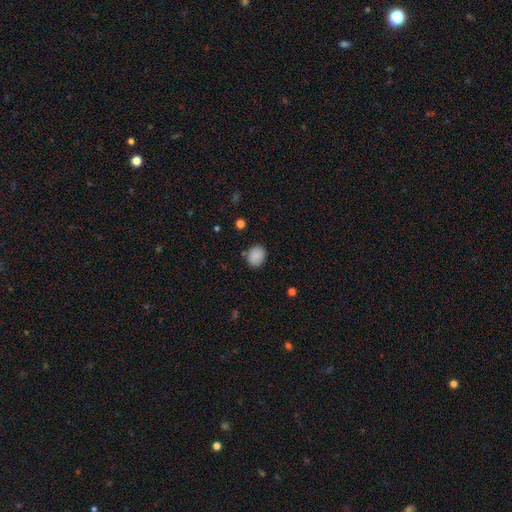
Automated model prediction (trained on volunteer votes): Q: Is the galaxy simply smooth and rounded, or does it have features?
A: smooth — 86%.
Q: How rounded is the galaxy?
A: round — 54%.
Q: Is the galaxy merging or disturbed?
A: none — 81%.